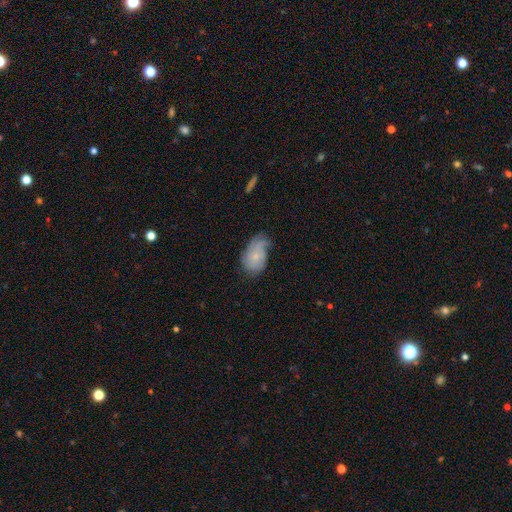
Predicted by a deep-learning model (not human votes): smooth 46% (tied), featured or disk 46% (tied), star or artifact 8%. Down the decision tree: merging — none (41%).